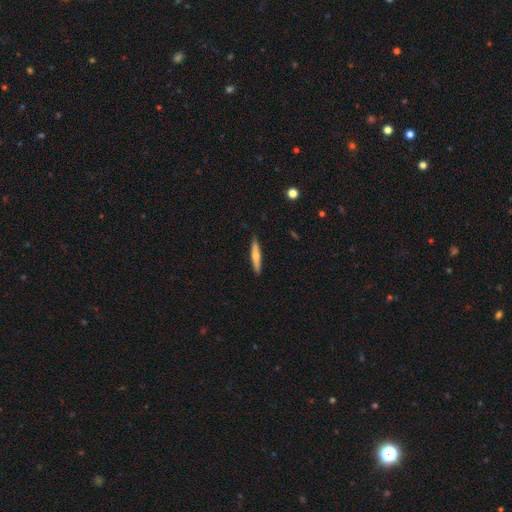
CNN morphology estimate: The model was most divided on "smooth or featured": smooth: 59%, featured or disk: 35%, star or artifact: 6%. More confident: how rounded — cigar-shaped (91%); merging — none (87%).